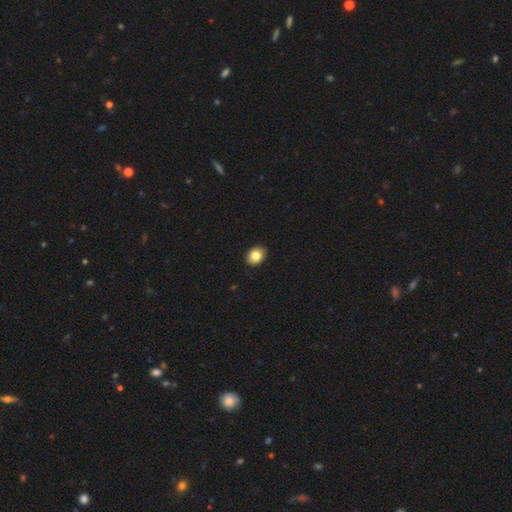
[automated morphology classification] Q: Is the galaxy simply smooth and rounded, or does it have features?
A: smooth — 84%.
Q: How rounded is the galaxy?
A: in between — 56%.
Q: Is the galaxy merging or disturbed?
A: none — 91%.